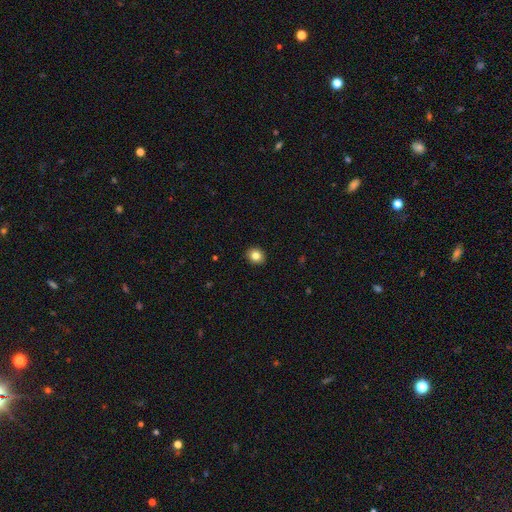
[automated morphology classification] Q: Smooth or featured?
A: smooth (82%); runner-up: star or artifact (10%)
Q: How rounded?
A: round (69%); runner-up: in between (30%)
Q: Merging?
A: none (92%); runner-up: minor disturbance (6%)